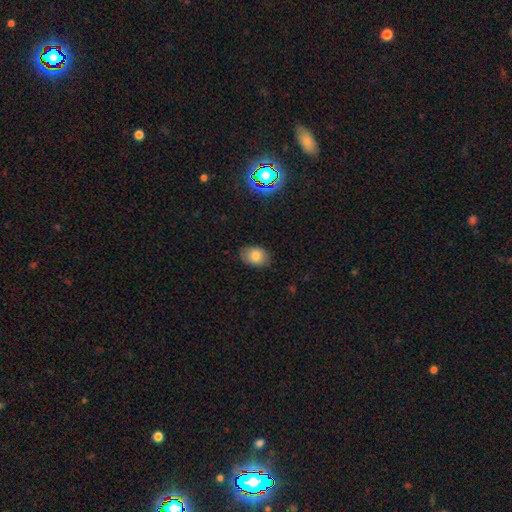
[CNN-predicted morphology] smooth_or_featured: smooth (p=0.80) [alt: star or artifact p=0.10]
how_rounded: in between (p=0.78) [alt: round p=0.21]
merging: none (p=0.83) [alt: minor disturbance p=0.13]